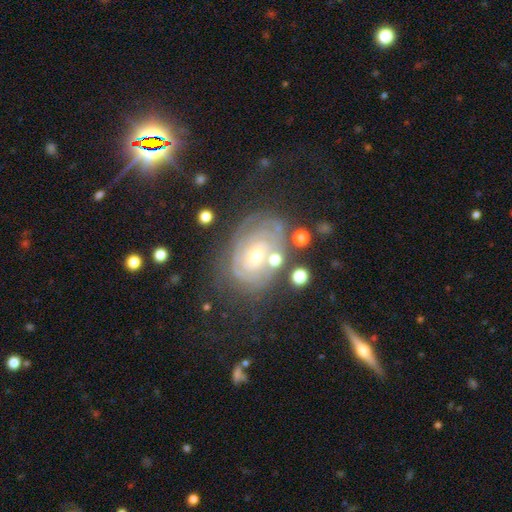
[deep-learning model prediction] Smooth or featured? Predicted: featured or disk (p=0.80). Edge-on disk? Predicted: no (p=0.96). Bar? Predicted: no (p=0.69). Spiral arms? Predicted: yes (p=0.88). Spiral winding? Predicted: tight (p=0.79). Spiral arm count? Predicted: can't tell (p=0.49). Bulge size? Predicted: small (p=0.49). Merging? Predicted: none (p=0.65).